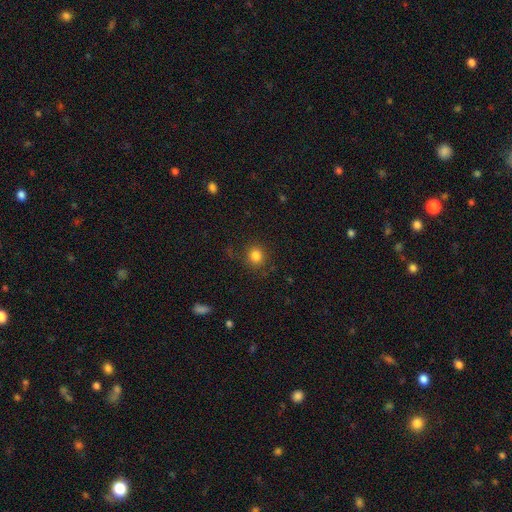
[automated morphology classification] The model was most divided on "how rounded": round: 84%, in between: 15%, cigar-shaped: 1%. More confident: merging — none (83%); smooth or featured — smooth (83%).